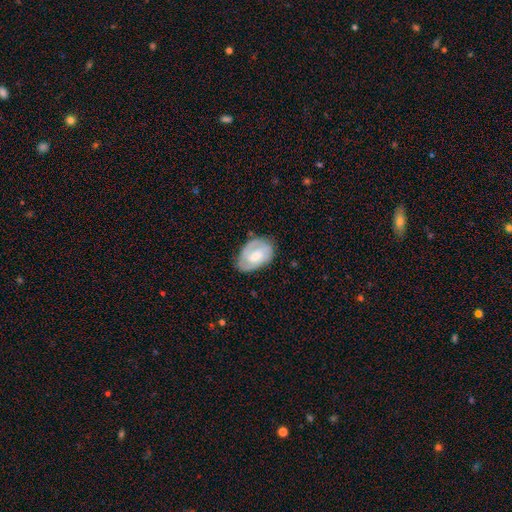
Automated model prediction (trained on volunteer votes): This appears to be a featured or disk galaxy (63%) with a weak bar (47%), spiral arms (81%) and a moderate central bulge (52%). Merging: none (70%).